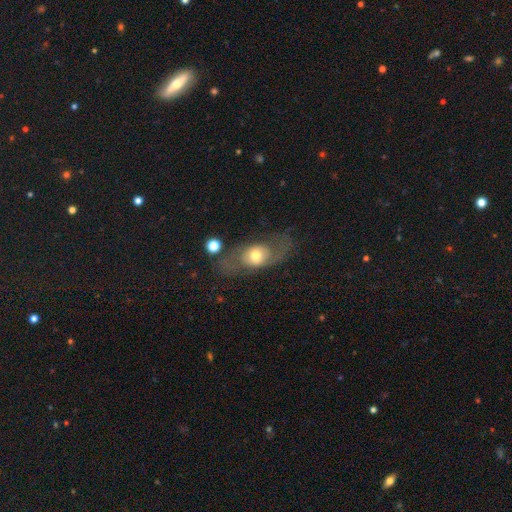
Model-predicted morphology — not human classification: A featured or disk galaxy (51%).

Vote fractions:
- Smooth or featured? featured or disk: 51% / smooth: 40% / star or artifact: 8%
- Edge-on disk? no: 84% / yes: 16%
- Merging? none: 57% / major disturbance: 21% / minor disturbance: 18% / merger: 4%